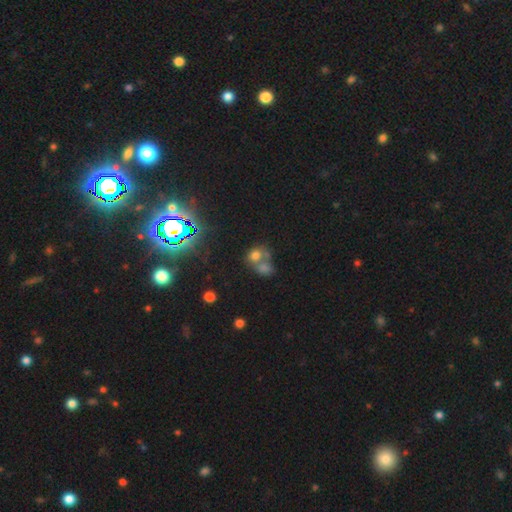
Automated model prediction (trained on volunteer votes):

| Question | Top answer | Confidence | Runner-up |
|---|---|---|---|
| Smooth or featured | smooth | 58% | star or artifact (25%) |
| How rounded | round | 60% | in between (38%) |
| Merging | merger | 64% | none (23%) |